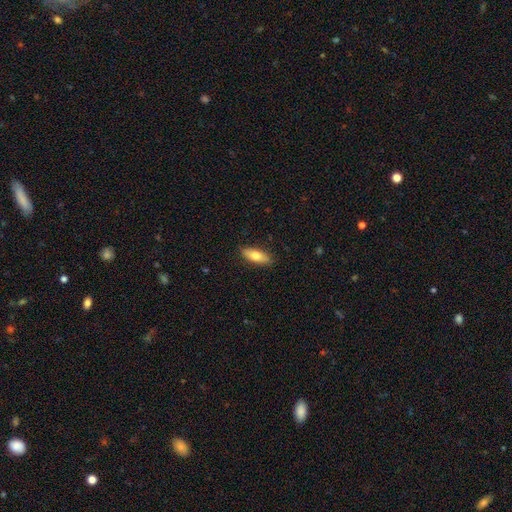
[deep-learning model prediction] smooth 74%, featured or disk 20%, star or artifact 6%. Down the decision tree: how rounded — in between (68%); merging — none (87%).